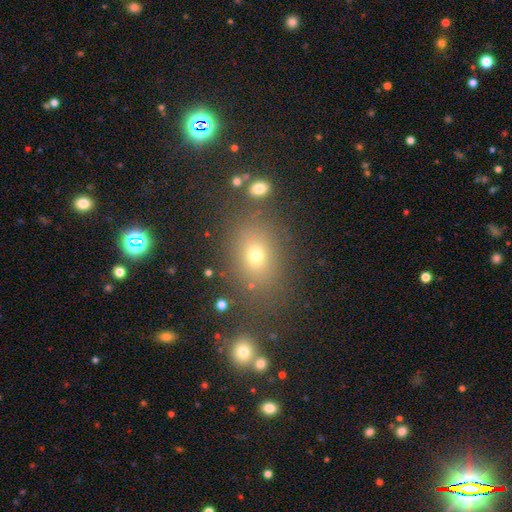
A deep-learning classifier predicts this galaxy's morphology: type=smooth (65%); roundness=in between (57%); merging=none (78%).